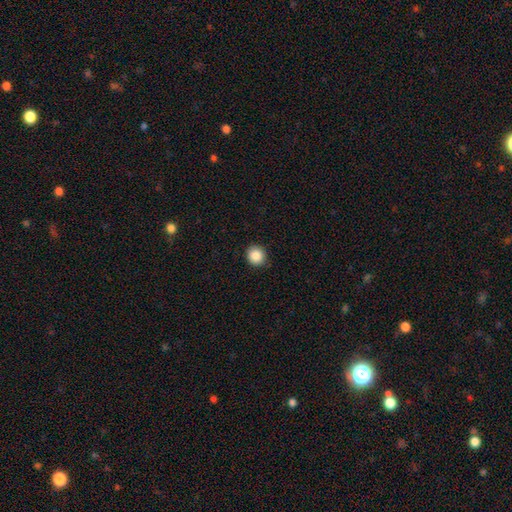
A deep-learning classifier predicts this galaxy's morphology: smooth 87%, star or artifact 9%, featured or disk 4%. Down the decision tree: how rounded — round (89%); merging — none (89%).